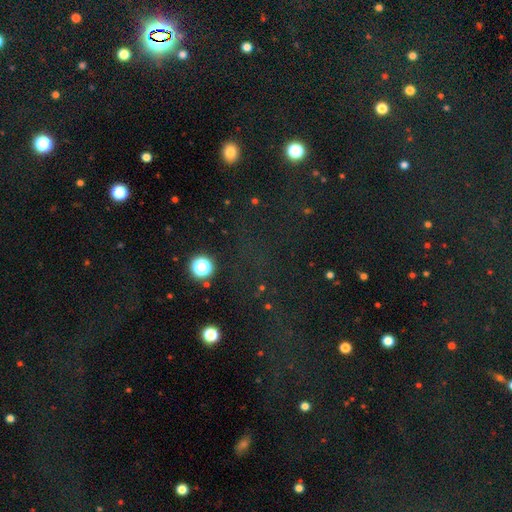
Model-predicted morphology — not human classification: This appears to be a star or artifact, not a galaxy (72%).